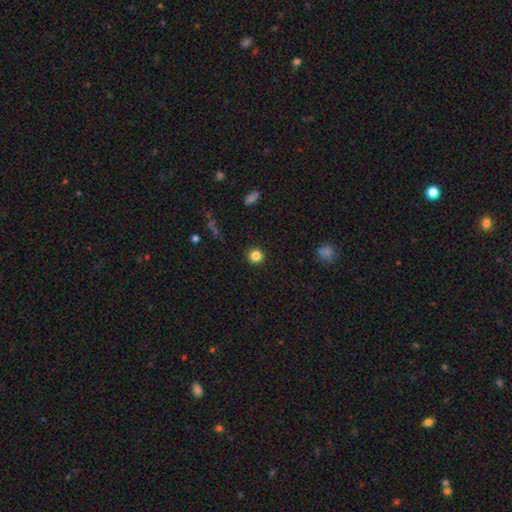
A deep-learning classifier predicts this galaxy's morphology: smooth 84%, star or artifact 12%, featured or disk 4%. Down the decision tree: how rounded — round (94%); merging — none (92%).